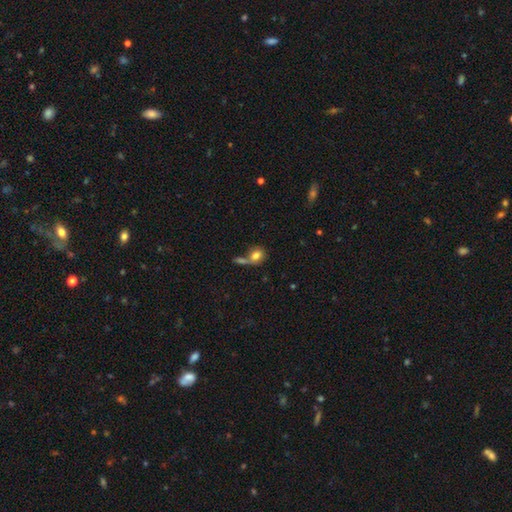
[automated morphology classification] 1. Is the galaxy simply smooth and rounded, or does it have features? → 77% smooth, 14% featured or disk, 9% star or artifact.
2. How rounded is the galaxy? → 56% round, 41% in between, 2% cigar-shaped.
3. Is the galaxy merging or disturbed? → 44% merger, 34% none, 11% minor disturbance, 11% major disturbance.